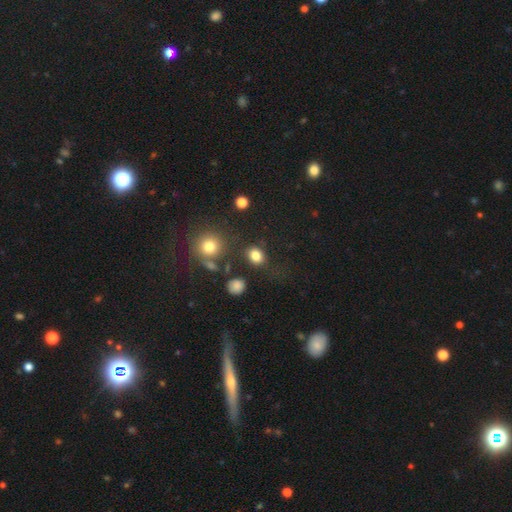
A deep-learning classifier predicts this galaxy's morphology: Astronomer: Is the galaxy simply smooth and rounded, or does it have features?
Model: smooth — 81%.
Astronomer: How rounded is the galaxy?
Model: round — 50% (runner-up: in between, 48%).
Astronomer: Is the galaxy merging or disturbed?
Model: none — 75%.